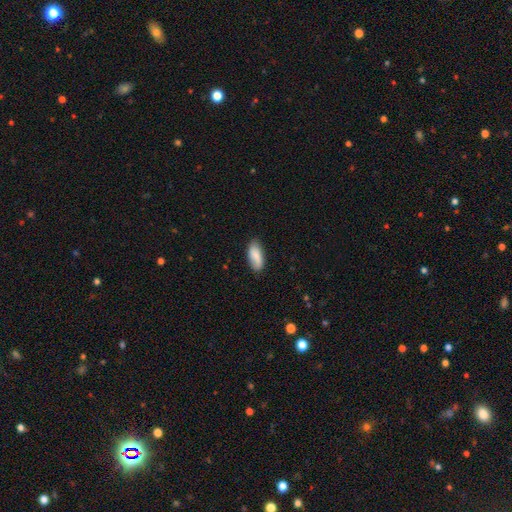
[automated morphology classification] This is clearly a smooth galaxy (85%). How rounded: clearly in between (84%). Merging: likely none (78%).